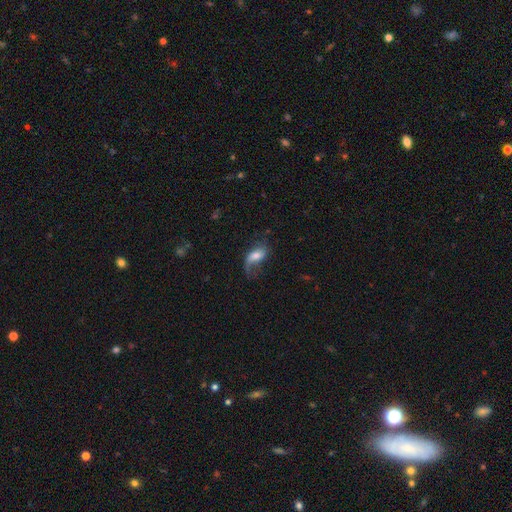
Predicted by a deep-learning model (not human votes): A featured or disk galaxy (47%).

Vote fractions:
- Smooth or featured? featured or disk: 47% / smooth: 45% / star or artifact: 8%
- Merging? none: 41% / major disturbance: 31% / minor disturbance: 26% / merger: 3%